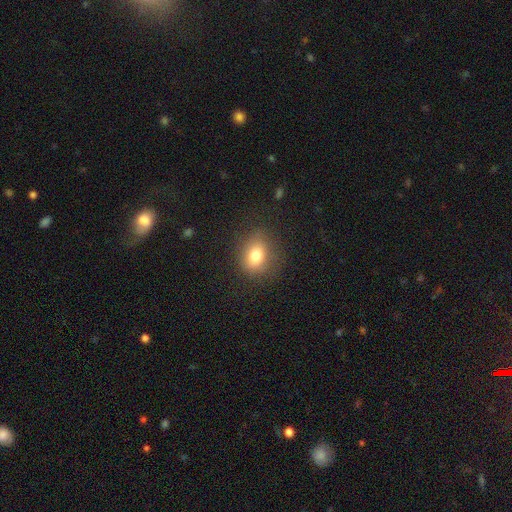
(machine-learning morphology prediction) A smooth galaxy with no disk features (78%) that is in between round and cigar-shaped (54%). Merging: none (79%).